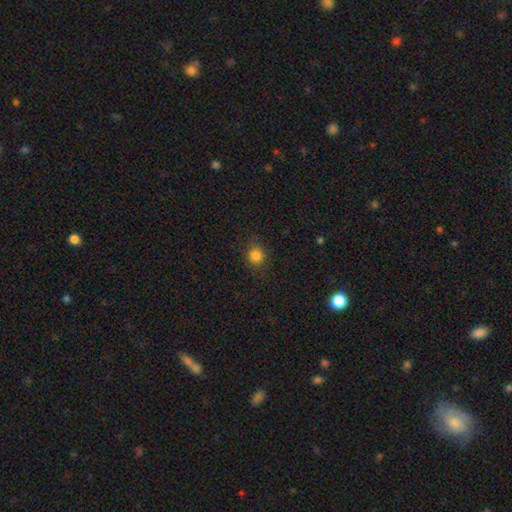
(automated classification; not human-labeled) A smooth galaxy with no disk features (83%) that is round (84%).

Vote fractions:
- Smooth or featured? smooth: 83% / star or artifact: 12% / featured or disk: 5%
- How rounded? round: 84% / in between: 15% / cigar-shaped: 1%
- Merging? none: 86% / minor disturbance: 10% / major disturbance: 3% / merger: 1%